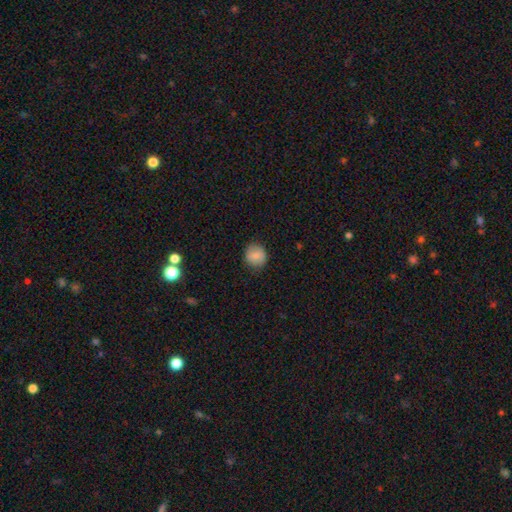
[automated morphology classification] A smooth galaxy with no disk features (82%) that is round (86%). Merging: none (85%).